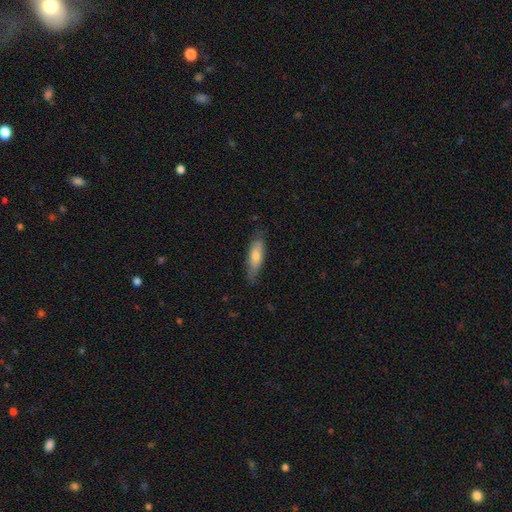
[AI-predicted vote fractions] Morphology: type=smooth (67%); roundness=cigar-shaped (54%); merging=none (77%).